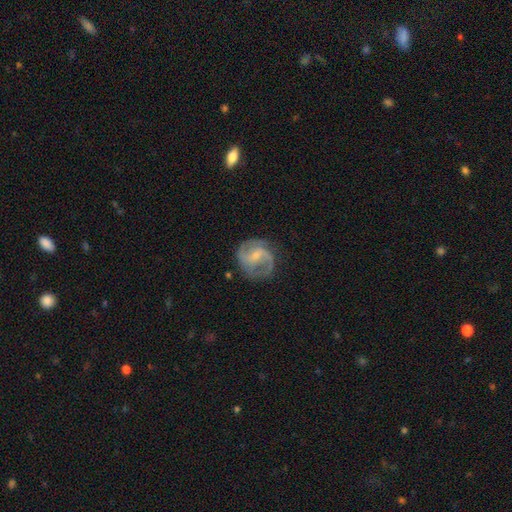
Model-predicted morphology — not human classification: The model was most divided on "bar": weak: 50%, no: 31%, strong: 19%. More confident: edge-on disk — no (98%); spiral arms — yes (94%); smooth or featured — featured or disk (83%); spiral arm count — 2 (78%); merging — none (69%); bulge size — small (64%); spiral winding — medium (53%).